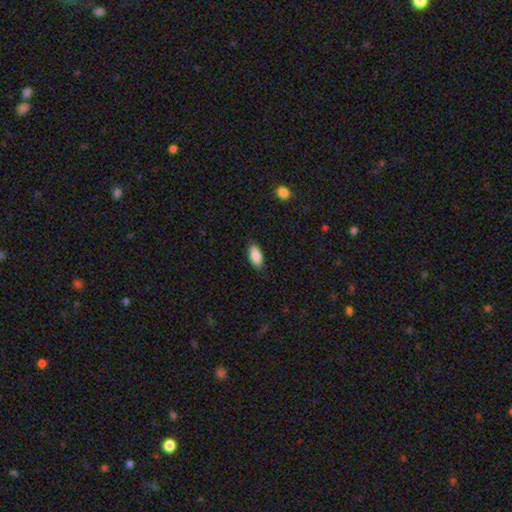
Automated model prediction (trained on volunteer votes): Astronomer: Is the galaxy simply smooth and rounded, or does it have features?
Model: smooth — 88%.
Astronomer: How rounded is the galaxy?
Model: in between — 88%.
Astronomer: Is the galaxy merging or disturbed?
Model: none — 86%.